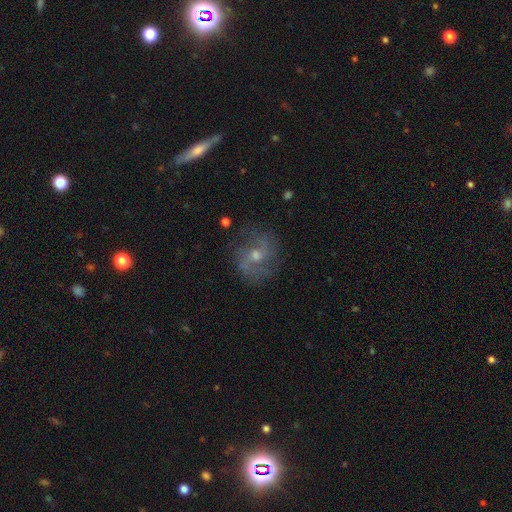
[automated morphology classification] Smooth or featured: featured or disk — 70% (smooth — 19%)
Edge-on disk: no — 97% (yes — 3%)
Bar: no — 52% (weak — 39%)
Spiral arms: yes — 85% (no — 15%)
Spiral winding: medium — 45% (loose — 38%)
Spiral arm count: 2 — 76% (can't tell — 13%)
Bulge size: moderate — 58% (small — 36%)
Merging: none — 73% (minor disturbance — 17%)